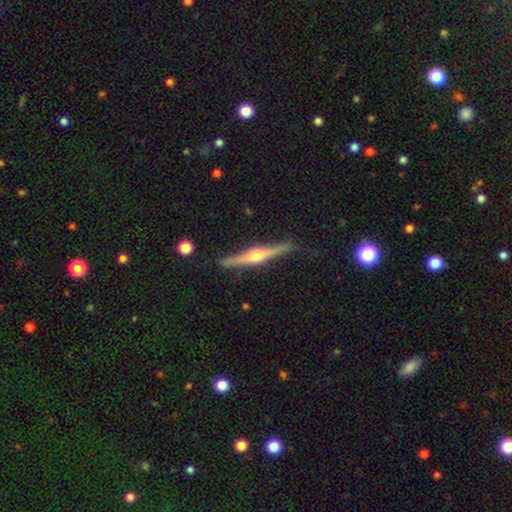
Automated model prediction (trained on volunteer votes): A featured or disk galaxy (80%) viewed edge-on (98%) with a rounded central bulge (92%). Merging: none (86%).